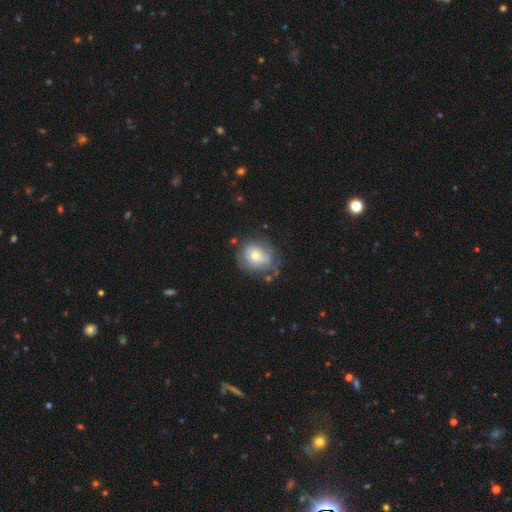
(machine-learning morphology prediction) Overall: smooth (61%; featured or disk 31%). How rounded: round (63%; in between 36%). Merging: none (55%; minor disturbance 27%).